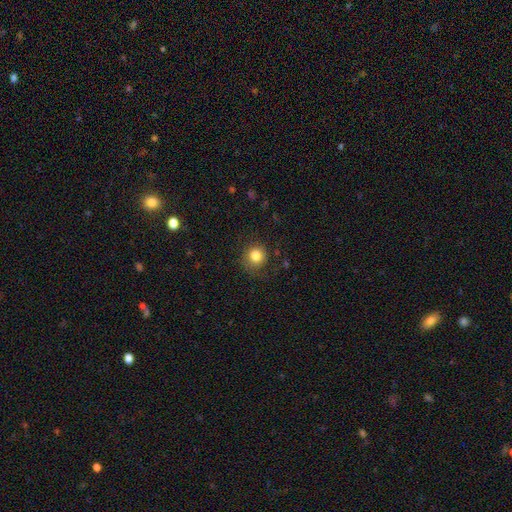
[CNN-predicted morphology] The model was most divided on "merging": none: 79%, minor disturbance: 14%, major disturbance: 6%, merger: 1%. More confident: how rounded — round (88%); smooth or featured — smooth (82%).